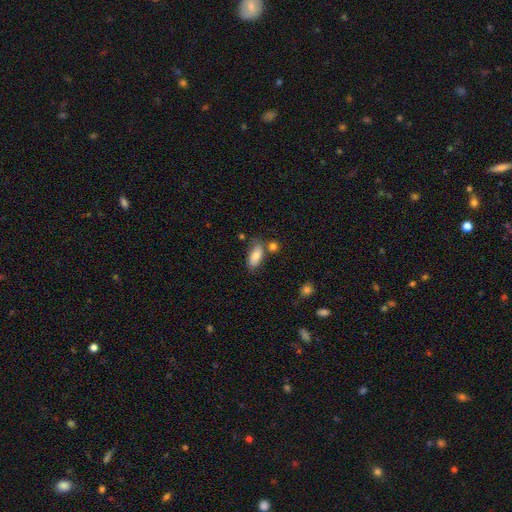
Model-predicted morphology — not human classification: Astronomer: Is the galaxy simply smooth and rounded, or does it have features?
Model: smooth — 82%.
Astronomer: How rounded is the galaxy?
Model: in between — 86%.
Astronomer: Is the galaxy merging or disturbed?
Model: none — 63%.